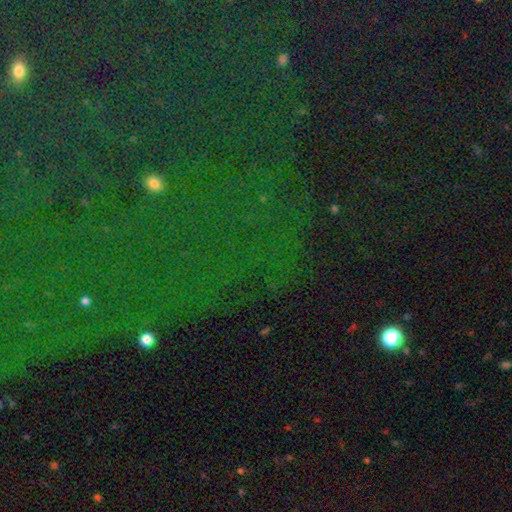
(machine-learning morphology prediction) This appears to be a star or artifact, not a galaxy (82%).